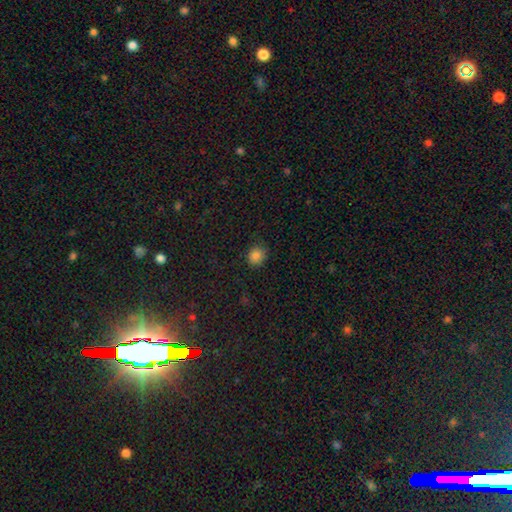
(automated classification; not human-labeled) Smooth or featured: smooth — 84% (star or artifact — 12%)
How rounded: round — 73% (in between — 26%)
Merging: none — 83% (minor disturbance — 13%)